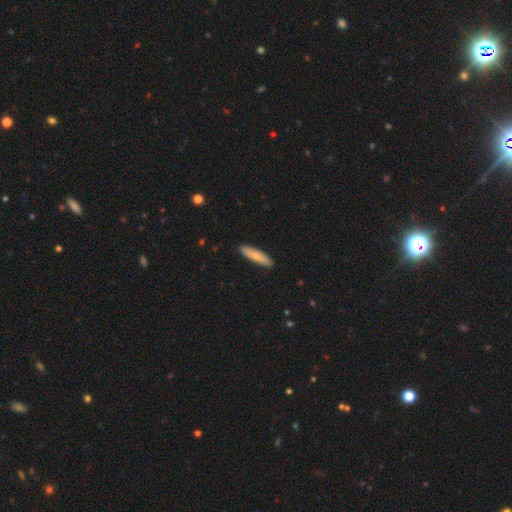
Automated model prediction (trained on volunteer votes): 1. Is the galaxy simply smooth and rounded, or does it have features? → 82% smooth, 13% featured or disk, 5% star or artifact.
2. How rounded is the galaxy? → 83% cigar-shaped, 15% in between, 1% round.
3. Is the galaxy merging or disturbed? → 90% none, 7% minor disturbance, 1% major disturbance, 1% merger.